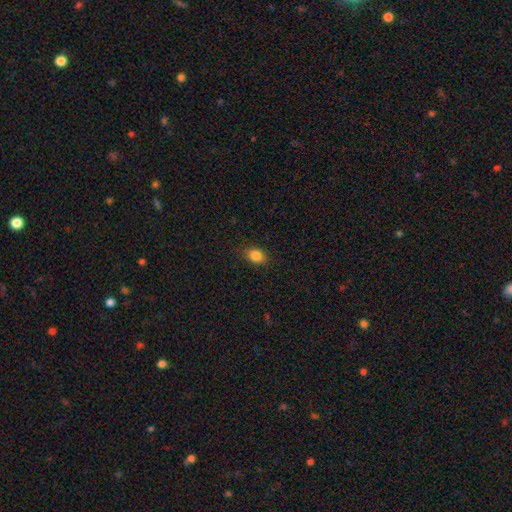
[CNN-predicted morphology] smooth 85%, star or artifact 10%, featured or disk 5%. Down the decision tree: how rounded — in between (68%); merging — none (86%).